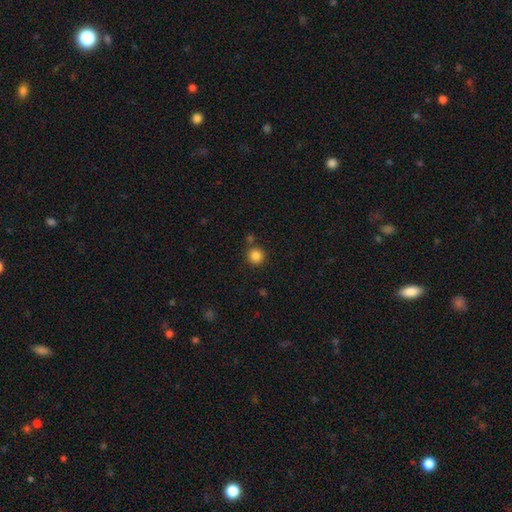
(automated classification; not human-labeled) smooth 85%, star or artifact 11%, featured or disk 4%. Down the decision tree: how rounded — round (95%); merging — none (84%).